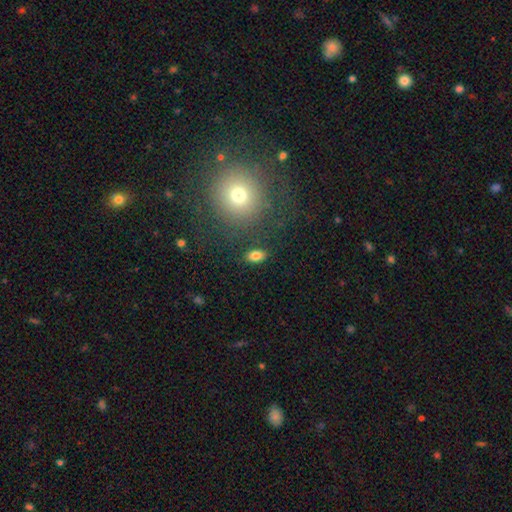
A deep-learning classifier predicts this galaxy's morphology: Smooth or featured? Predicted: smooth (p=0.82). How rounded? Predicted: in between (p=0.87). Merging? Predicted: none (p=0.86).